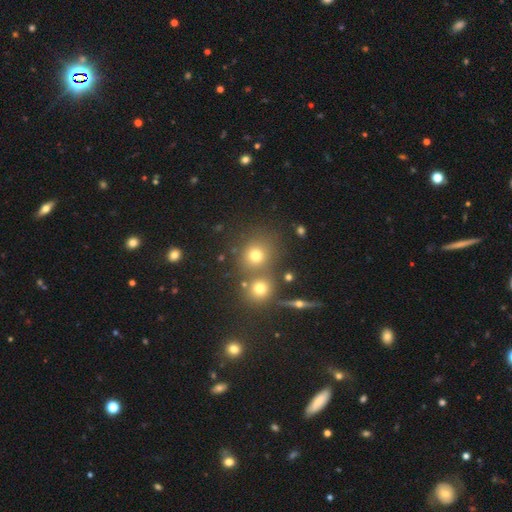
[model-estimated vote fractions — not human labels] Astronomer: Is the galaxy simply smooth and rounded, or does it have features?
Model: smooth — 69%.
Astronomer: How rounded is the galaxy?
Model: round — 84%.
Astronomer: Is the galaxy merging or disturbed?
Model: none — 62%.